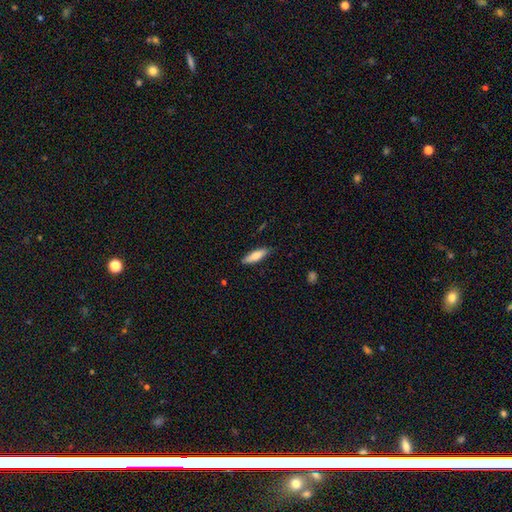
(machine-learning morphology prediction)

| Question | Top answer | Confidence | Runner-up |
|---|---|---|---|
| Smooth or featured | smooth | 73% | featured or disk (21%) |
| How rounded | cigar-shaped | 54% | in between (44%) |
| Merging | none | 86% | minor disturbance (11%) |